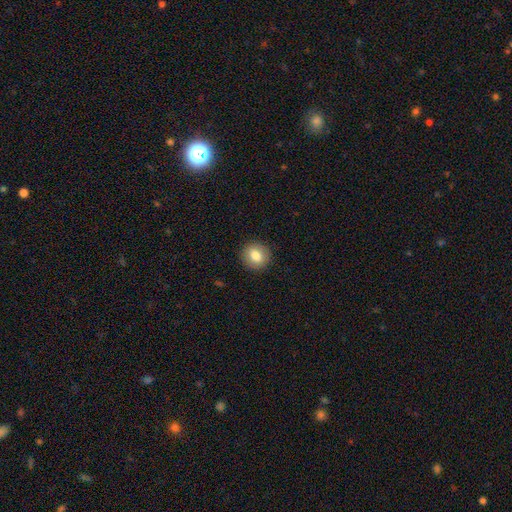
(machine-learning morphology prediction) A smooth galaxy with no disk features (80%) that is round (84%).

Vote fractions:
- Smooth or featured? smooth: 80% / featured or disk: 11% / star or artifact: 9%
- How rounded? round: 84% / in between: 15% / cigar-shaped: 1%
- Merging? none: 91% / minor disturbance: 6% / major disturbance: 2% / merger: 1%